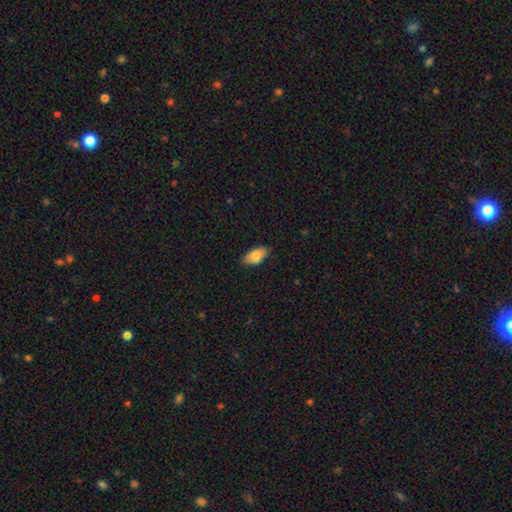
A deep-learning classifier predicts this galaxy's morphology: Smooth or featured? smooth (82%)
How rounded? in between (93%)
Merging? none (78%)